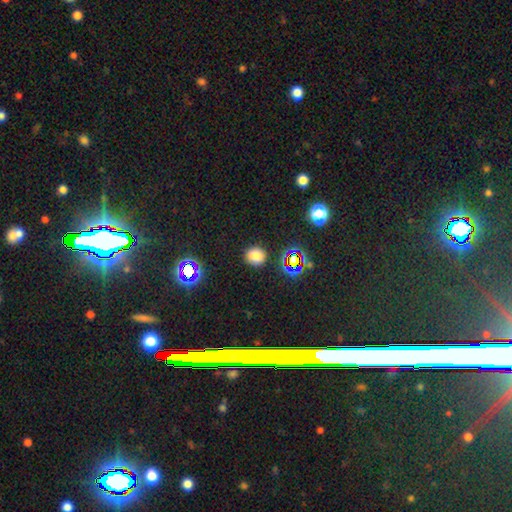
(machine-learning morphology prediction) Smooth or featured?
  - smooth: 75% *
  - star or artifact: 19%
  - featured or disk: 6%
How rounded?
  - round: 77% *
  - in between: 22%
  - cigar-shaped: 1%
Merging?
  - none: 87% *
  - minor disturbance: 9%
  - major disturbance: 3%
  - merger: 2%